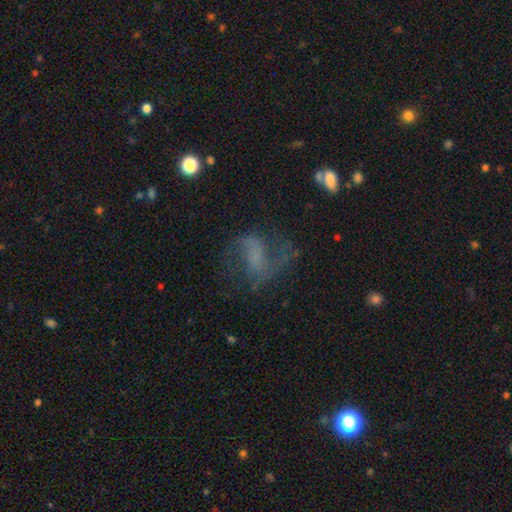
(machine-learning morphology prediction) Overall: featured or disk (62%; smooth 22%). Edge-on disk: no (97%). Bar: no (48%; weak 38%). Spiral arms: yes (79%). Bulge size: none (58%; small 20%). Merging: none (51%; major disturbance 28%).